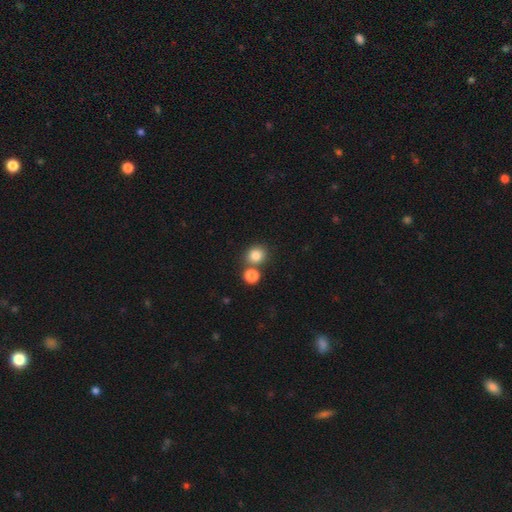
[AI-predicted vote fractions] Morphology: type=smooth (82%); roundness=round (82%); merging=none (62%).